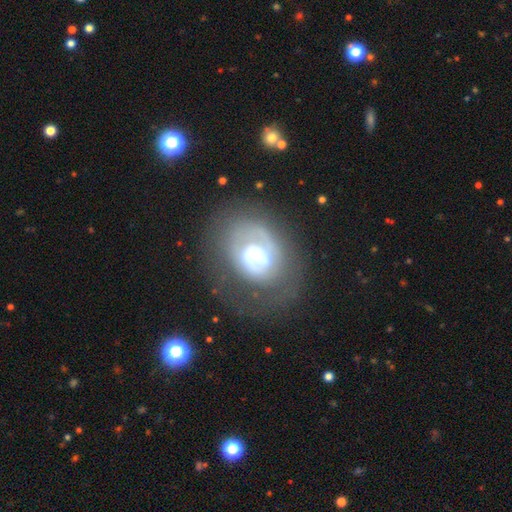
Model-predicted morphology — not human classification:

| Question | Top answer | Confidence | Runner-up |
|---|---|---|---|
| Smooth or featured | featured or disk | 69% | smooth (23%) |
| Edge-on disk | no | 96% | yes (4%) |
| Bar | weak | 44% | no (40%) |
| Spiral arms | yes | 65% | no (35%) |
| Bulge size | moderate | 53% | large (25%) |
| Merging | none | 54% | major disturbance (22%) |